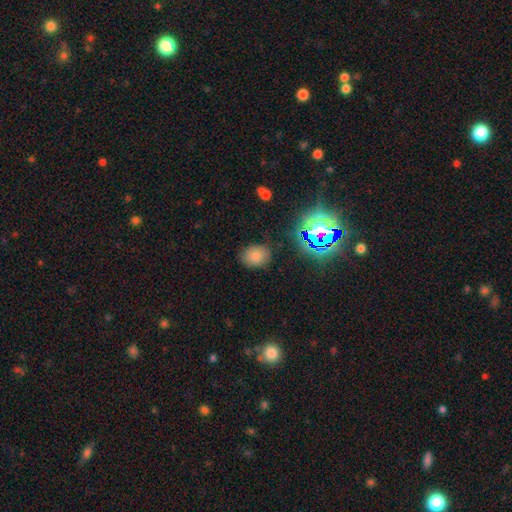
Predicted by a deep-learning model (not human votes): Smooth or featured: smooth — 58% (star or artifact — 34%)
How rounded: in between — 51% (round — 48%)
Merging: none — 85% (minor disturbance — 10%)